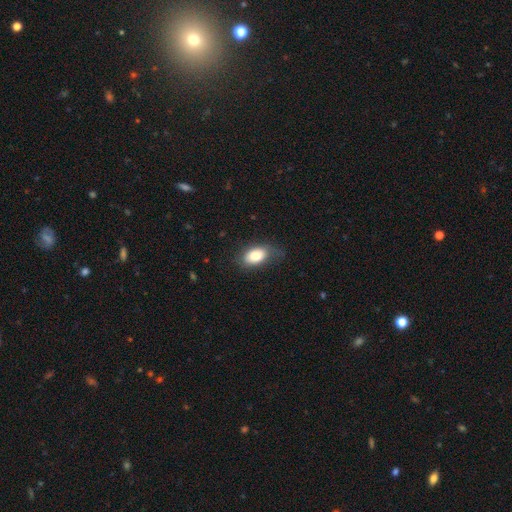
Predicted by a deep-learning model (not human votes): A smooth galaxy with no disk features (79%) that is in between round and cigar-shaped (90%).

Vote fractions:
- Smooth or featured? smooth: 79% / featured or disk: 13% / star or artifact: 8%
- How rounded? in between: 90% / round: 8% / cigar-shaped: 2%
- Merging? none: 62% / minor disturbance: 26% / major disturbance: 10% / merger: 1%